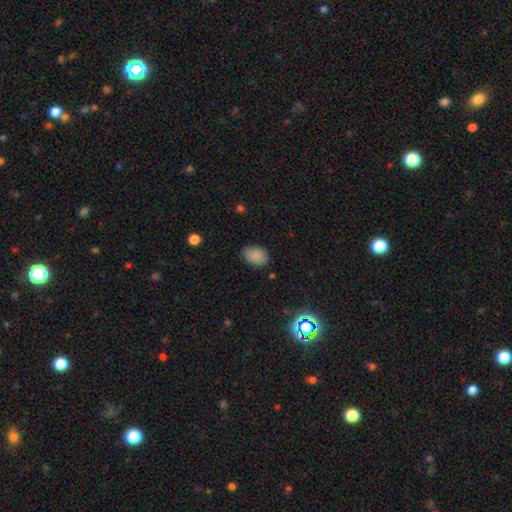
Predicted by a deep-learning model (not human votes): This appears to be a smooth galaxy with no disk features (86%) that is in between round and cigar-shaped (81%). Merging: none (81%).